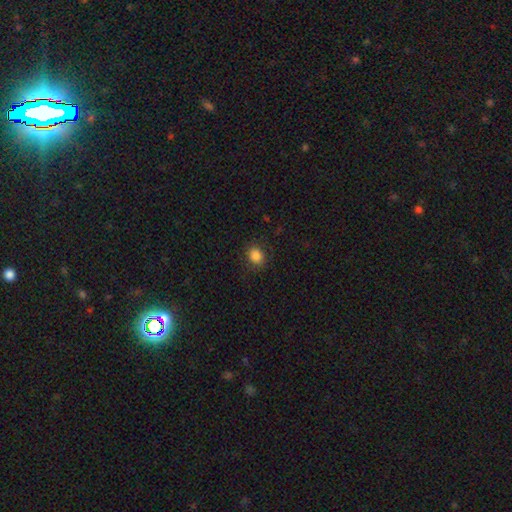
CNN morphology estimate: smooth 86%, star or artifact 11%, featured or disk 4%. Down the decision tree: how rounded — round (53%); merging — none (87%).